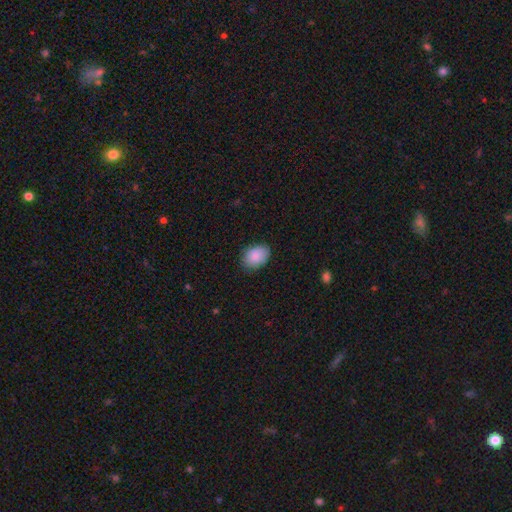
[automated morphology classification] smooth-or-featured: smooth: 89% | star or artifact: 7% | featured or disk: 4%
  how-rounded: in between: 79% | round: 20% | cigar-shaped: 1%
  merging: none: 82% | minor disturbance: 15% | major disturbance: 3% | merger: 1%